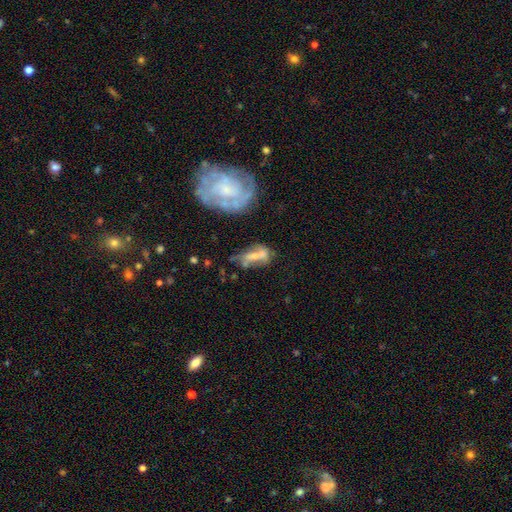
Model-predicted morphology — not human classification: smooth-or-featured: featured or disk: 53% | smooth: 36% | star or artifact: 11%
  disk-edge-on: no: 89% | yes: 11%
  merging: none: 33% | merger: 28% | major disturbance: 20% | minor disturbance: 19%